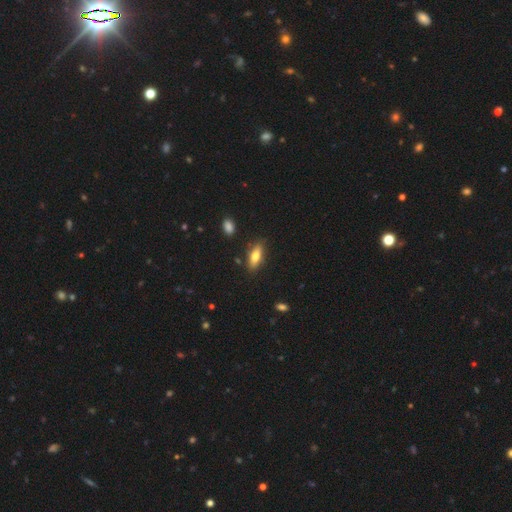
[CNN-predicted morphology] This appears to be a smooth galaxy with no disk features (72%) that is in between round and cigar-shaped (70%). Merging: none (83%).